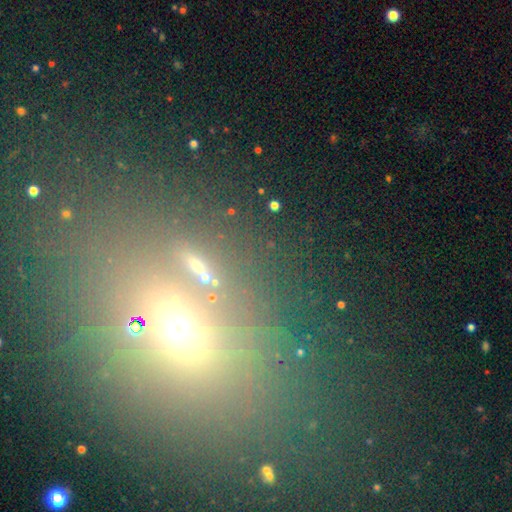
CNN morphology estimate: Smooth or featured? star or artifact (51%)